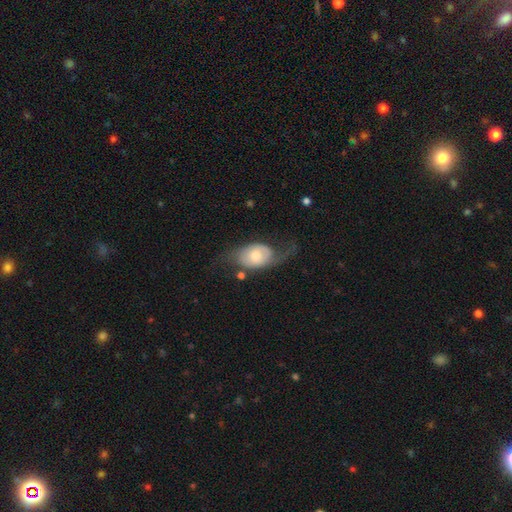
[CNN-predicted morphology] featured or disk 47%, smooth 46%, star or artifact 6%. Down the decision tree: merging — none (38%).